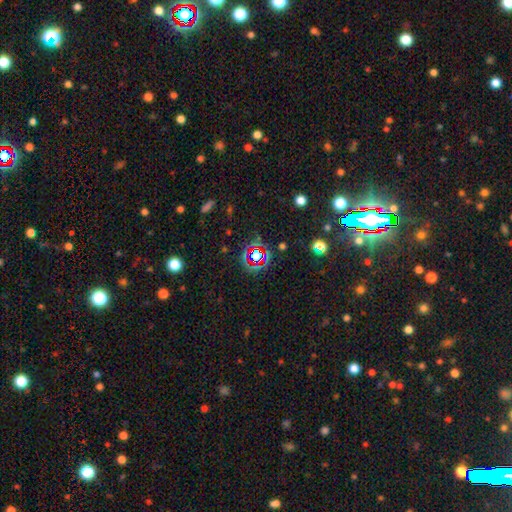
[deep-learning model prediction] star or artifact 68%, smooth 20%, featured or disk 12%.